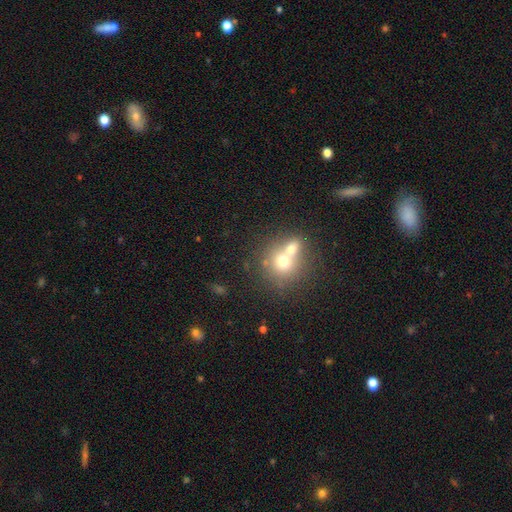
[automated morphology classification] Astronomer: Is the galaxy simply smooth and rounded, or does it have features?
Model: smooth — 56%.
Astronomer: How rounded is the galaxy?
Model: round — 77%.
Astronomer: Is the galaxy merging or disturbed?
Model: merger — 57% (runner-up: none, 33%).